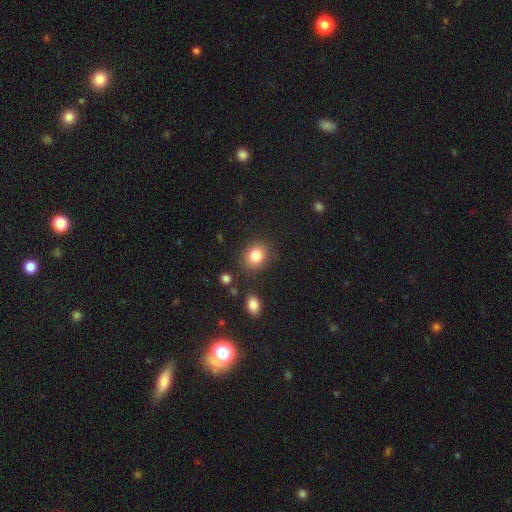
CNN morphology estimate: This appears to be a smooth galaxy with no disk features (83%) that is round (64%). Merging: none (84%).